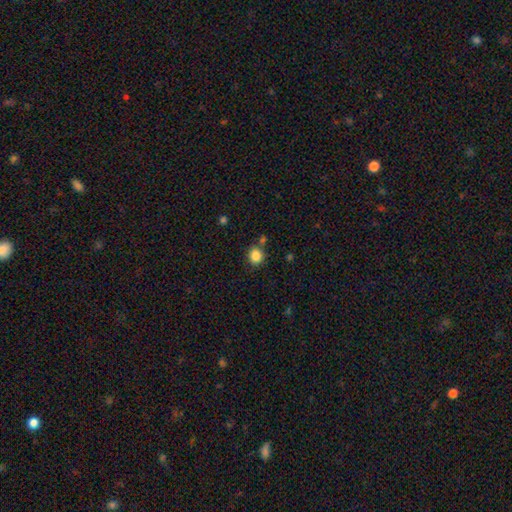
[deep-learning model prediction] smooth-or-featured: smooth: 85% | star or artifact: 10% | featured or disk: 4%
  how-rounded: round: 76% | in between: 23% | cigar-shaped: 1%
  merging: none: 73% | minor disturbance: 13% | merger: 10% | major disturbance: 4%